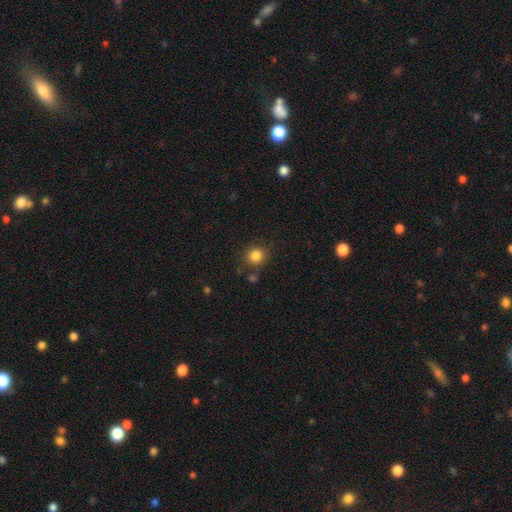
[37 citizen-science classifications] smooth-or-featured: smooth: 92% | featured or disk: 5% | star or artifact: 3%
  how-rounded: round: 91% | in between: 9% | cigar-shaped: 0%
  merging: none: 92% | minor disturbance: 6% | merger: 3% | major disturbance: 0%